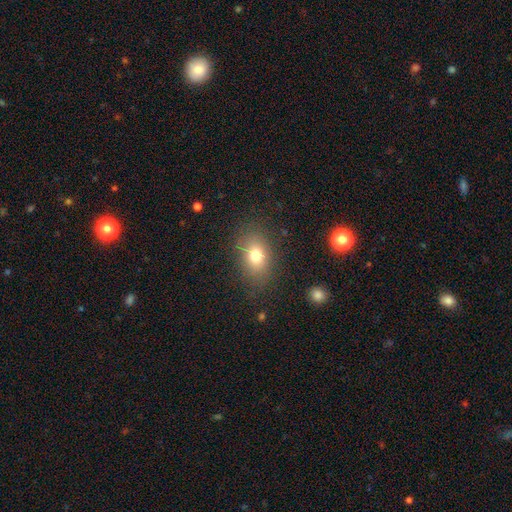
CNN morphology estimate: smooth-or-featured: smooth: 77% | featured or disk: 12% | star or artifact: 12%
  how-rounded: in between: 75% | round: 23% | cigar-shaped: 2%
  merging: none: 80% | minor disturbance: 13% | major disturbance: 5% | merger: 1%